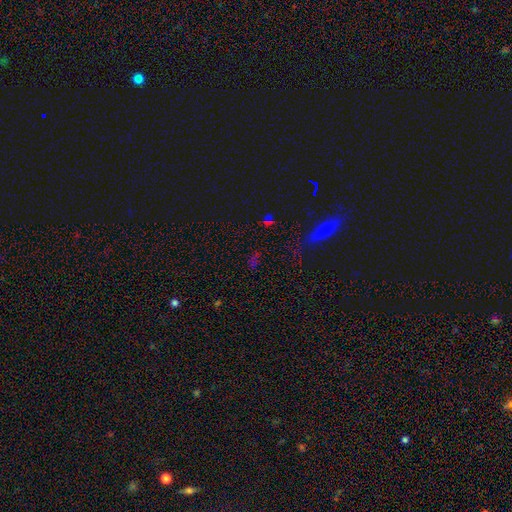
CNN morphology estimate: Smooth or featured: star or artifact — 58% (smooth — 33%)